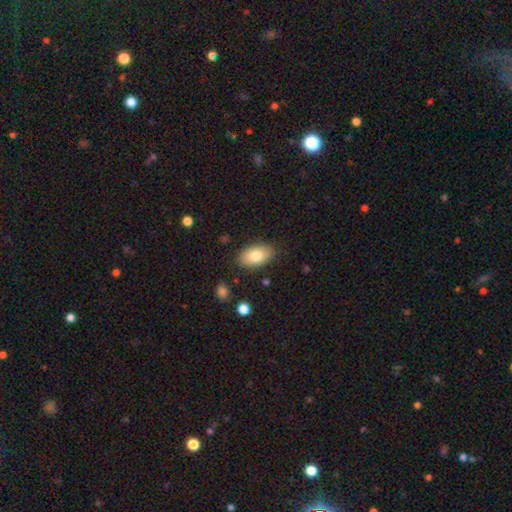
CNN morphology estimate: smooth-or-featured: smooth: 80% | featured or disk: 13% | star or artifact: 7%
  how-rounded: in between: 93% | round: 5% | cigar-shaped: 2%
  merging: none: 84% | minor disturbance: 12% | major disturbance: 3% | merger: 2%